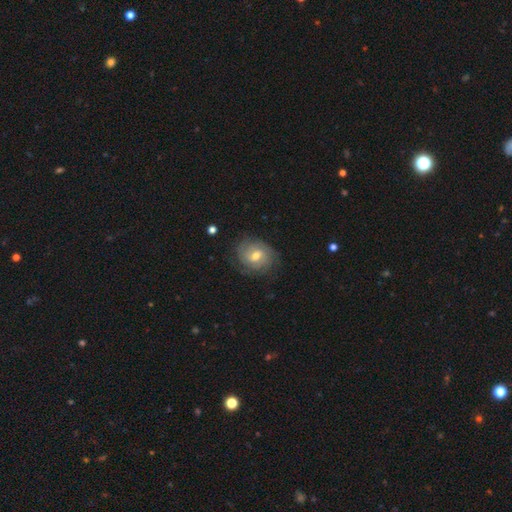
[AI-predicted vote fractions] Q: Smooth or featured?
A: featured or disk (69%); runner-up: smooth (24%)
Q: Edge-on disk?
A: no (97%); runner-up: yes (3%)
Q: Bar?
A: weak (52%); runner-up: no (38%)
Q: Spiral arms?
A: yes (88%); runner-up: no (12%)
Q: Spiral winding?
A: tight (63%); runner-up: medium (28%)
Q: Spiral arm count?
A: can't tell (43%); runner-up: 2 (23%)
Q: Bulge size?
A: moderate (68%); runner-up: small (26%)
Q: Merging?
A: none (74%); runner-up: minor disturbance (18%)